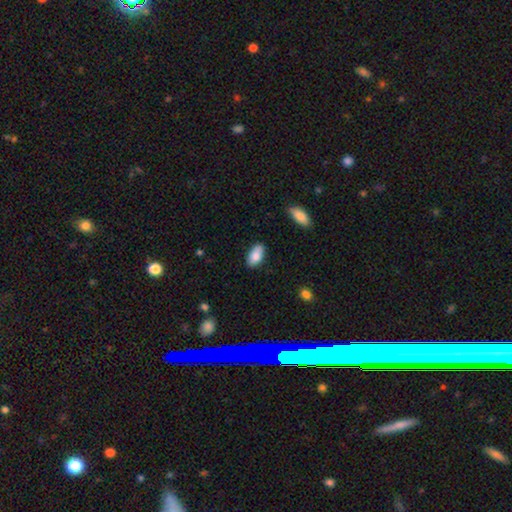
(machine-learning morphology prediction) Smooth or featured? Predicted: smooth (p=0.85). How rounded? Predicted: in between (p=0.93). Merging? Predicted: none (p=0.81).